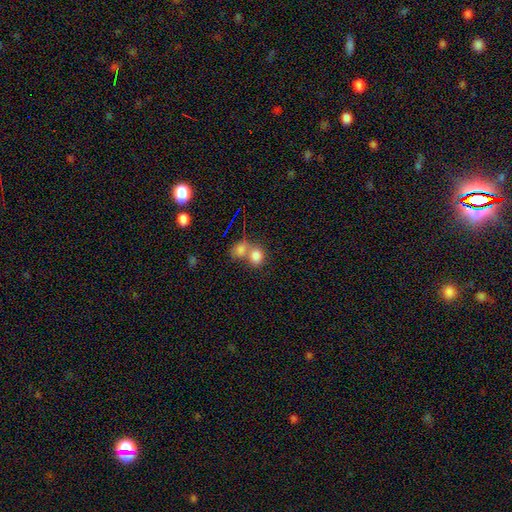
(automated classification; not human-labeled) Q: Smooth or featured?
A: smooth (80%); runner-up: star or artifact (11%)
Q: How rounded?
A: round (55%); runner-up: in between (43%)
Q: Merging?
A: merger (54%); runner-up: none (35%)